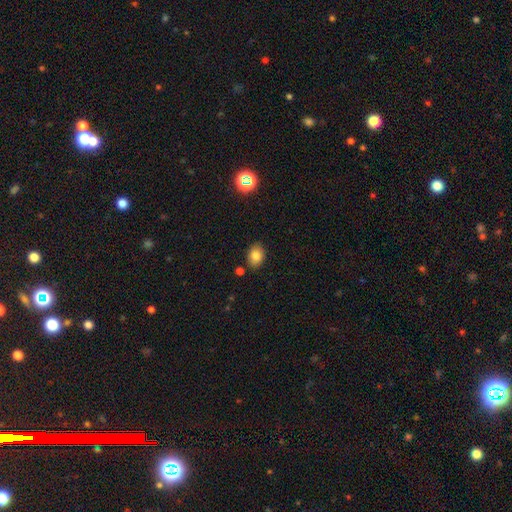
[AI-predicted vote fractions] Q: Smooth or featured?
A: smooth (80%); runner-up: star or artifact (10%)
Q: How rounded?
A: in between (70%); runner-up: round (29%)
Q: Merging?
A: none (84%); runner-up: minor disturbance (11%)